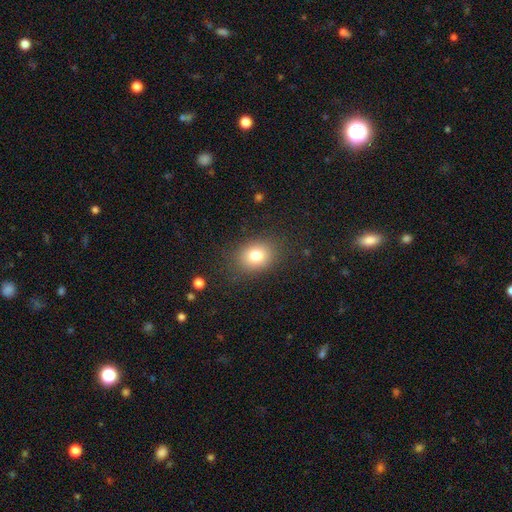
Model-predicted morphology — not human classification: Smooth or featured?
  - smooth: 79% *
  - star or artifact: 11%
  - featured or disk: 10%
How rounded?
  - in between: 51% *
  - round: 48%
  - cigar-shaped: 1%
Merging?
  - none: 84% *
  - minor disturbance: 11%
  - major disturbance: 4%
  - merger: 1%